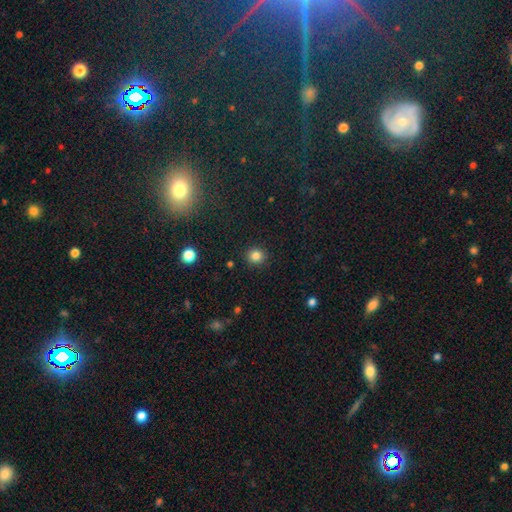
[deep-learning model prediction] Q: Smooth or featured?
A: smooth (83%); runner-up: star or artifact (12%)
Q: How rounded?
A: round (90%); runner-up: in between (9%)
Q: Merging?
A: none (90%); runner-up: minor disturbance (6%)